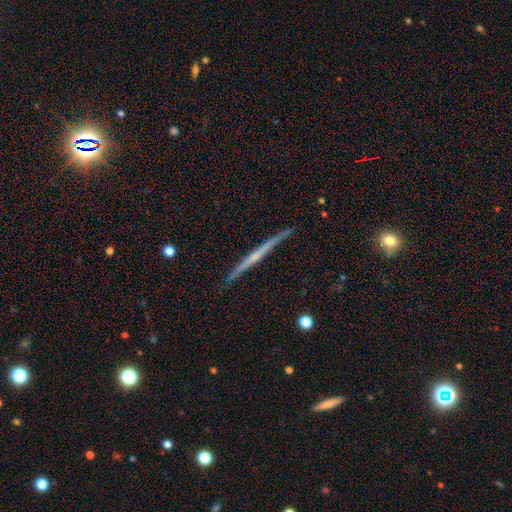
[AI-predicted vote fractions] This appears to be a featured or disk galaxy (72%) viewed edge-on (98%) with no central bulge (57%). Merging: none (89%).